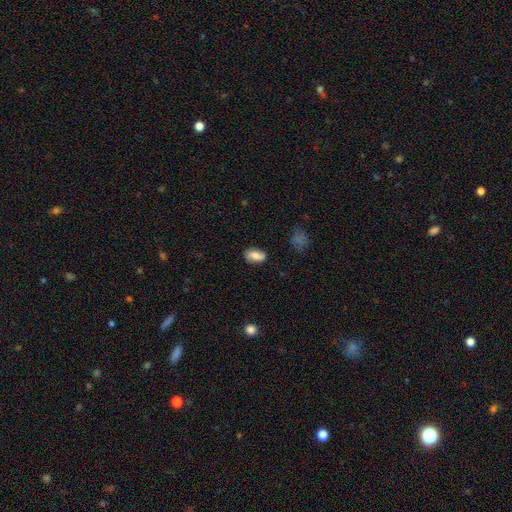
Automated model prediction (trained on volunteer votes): Q: Smooth or featured?
A: smooth (64%); runner-up: featured or disk (28%)
Q: How rounded?
A: in between (88%); runner-up: round (8%)
Q: Merging?
A: none (75%); runner-up: minor disturbance (18%)